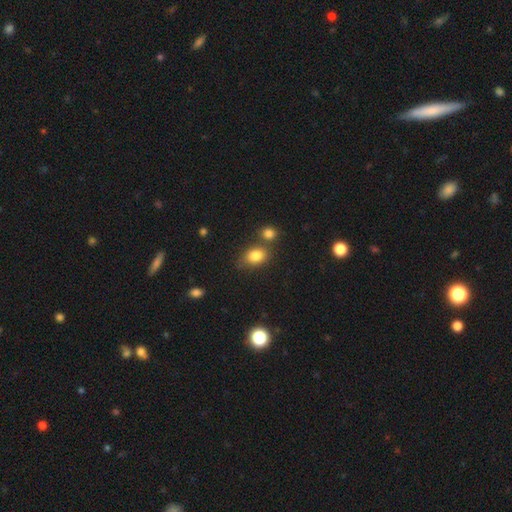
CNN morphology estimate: Smooth or featured?
  - smooth: 82% *
  - star or artifact: 10%
  - featured or disk: 8%
How rounded?
  - in between: 71% *
  - round: 28%
  - cigar-shaped: 1%
Merging?
  - none: 60% *
  - merger: 22%
  - minor disturbance: 14%
  - major disturbance: 4%